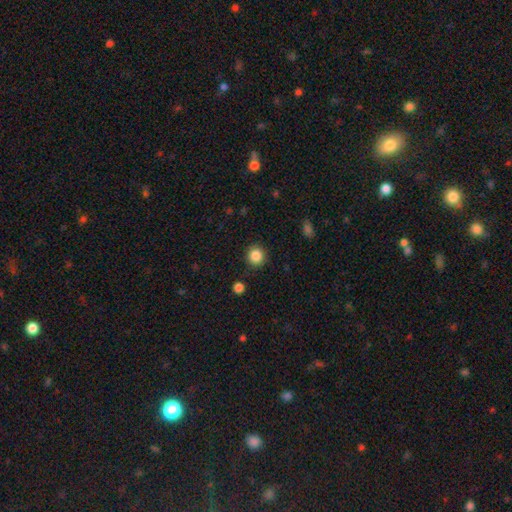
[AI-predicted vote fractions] The model was most divided on "smooth or featured": smooth: 86%, star or artifact: 10%, featured or disk: 4%. More confident: how rounded — round (91%); merging — none (90%).